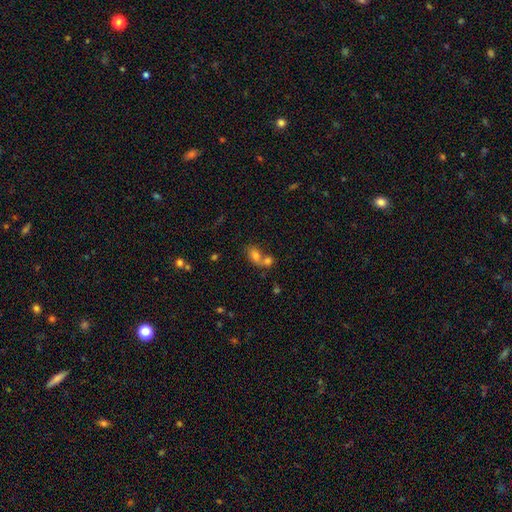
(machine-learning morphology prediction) Q: Smooth or featured?
A: smooth (74%); runner-up: featured or disk (15%)
Q: How rounded?
A: in between (69%); runner-up: round (29%)
Q: Merging?
A: merger (65%); runner-up: none (23%)